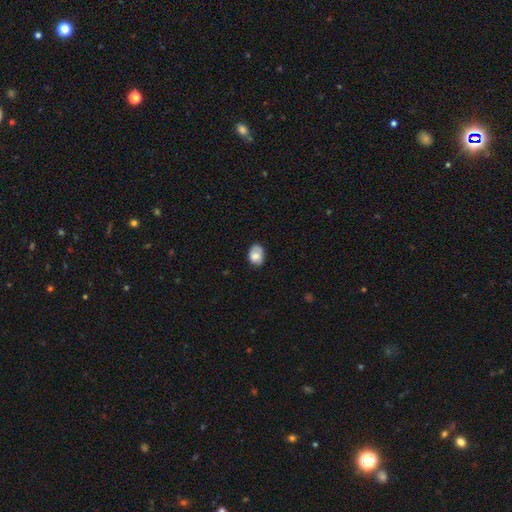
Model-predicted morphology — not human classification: Q: Smooth or featured?
A: smooth (79%); runner-up: featured or disk (13%)
Q: How rounded?
A: in between (73%); runner-up: round (26%)
Q: Merging?
A: none (66%); runner-up: minor disturbance (27%)